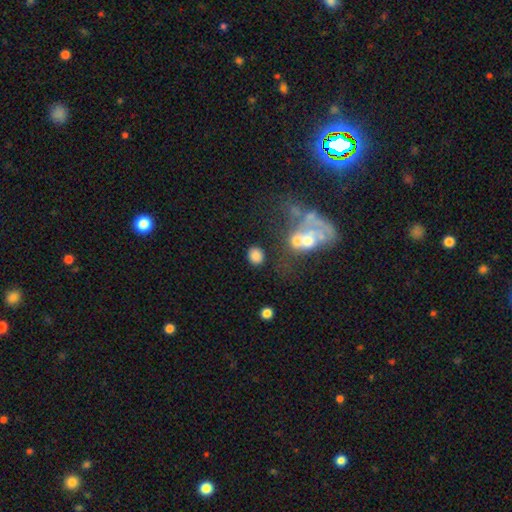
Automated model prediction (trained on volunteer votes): Smooth or featured? smooth (79%)
How rounded? round (59%)
Merging? none (65%)